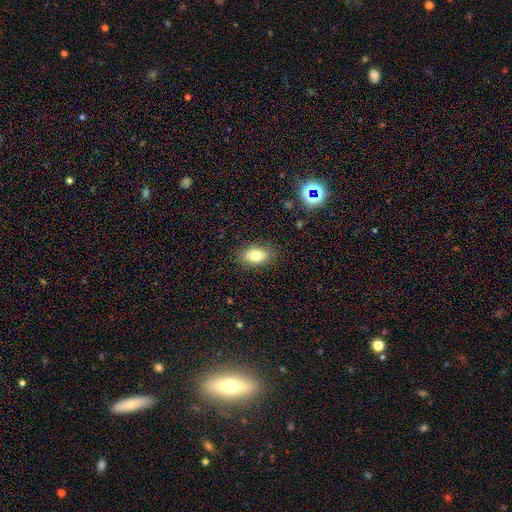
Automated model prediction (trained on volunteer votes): The model was most divided on "smooth or featured": smooth: 77%, featured or disk: 13%, star or artifact: 10%. More confident: merging — none (84%); how rounded — in between (84%).